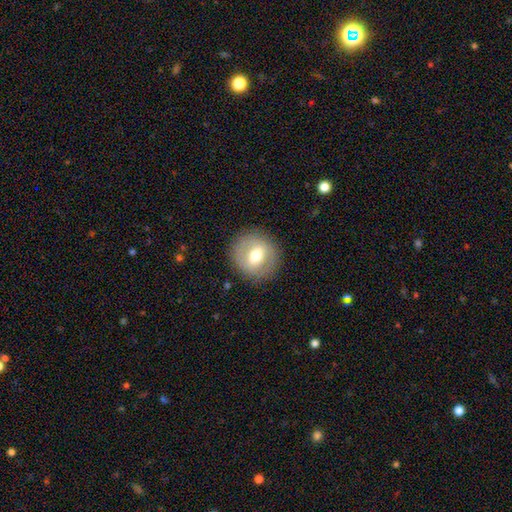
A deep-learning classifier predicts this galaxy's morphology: The model was most divided on "smooth or featured": smooth: 53%, featured or disk: 40%, star or artifact: 8%. More confident: how rounded — round (86%); merging — none (86%).